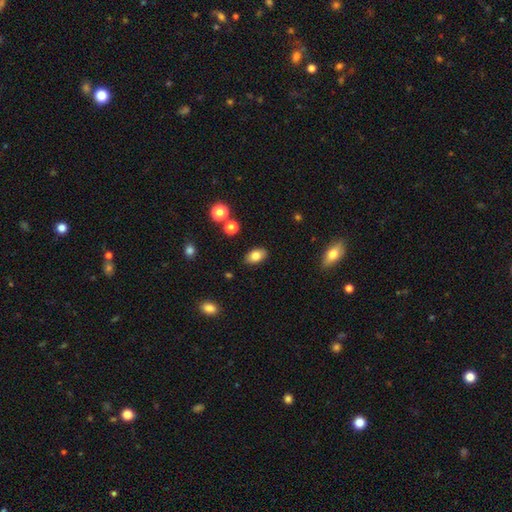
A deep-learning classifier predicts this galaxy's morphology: smooth-or-featured: smooth: 81% | featured or disk: 10% | star or artifact: 9%
  how-rounded: in between: 89% | round: 9% | cigar-shaped: 2%
  merging: none: 86% | minor disturbance: 10% | major disturbance: 2% | merger: 2%